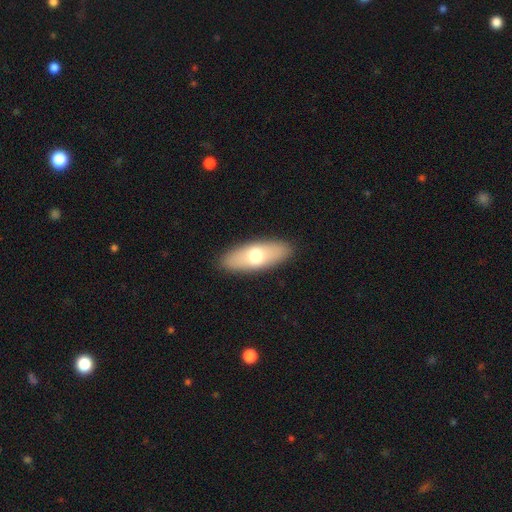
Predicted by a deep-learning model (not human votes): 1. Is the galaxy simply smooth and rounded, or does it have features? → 66% smooth, 27% featured or disk, 6% star or artifact.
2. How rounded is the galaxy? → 74% in between, 23% cigar-shaped, 3% round.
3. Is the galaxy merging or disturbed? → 89% none, 7% minor disturbance, 2% major disturbance, 1% merger.